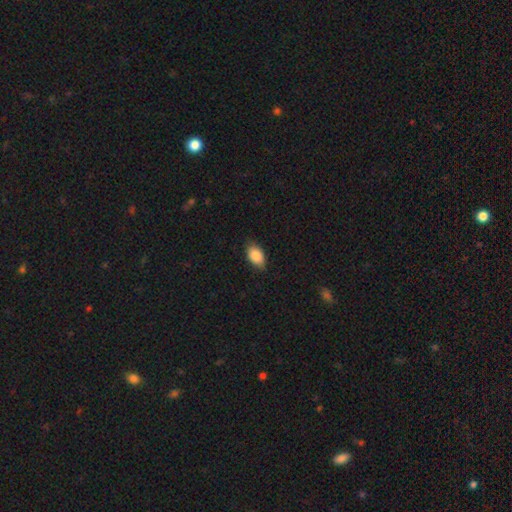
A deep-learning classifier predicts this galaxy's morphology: Smooth or featured? Predicted: smooth (p=0.88). How rounded? Predicted: in between (p=0.89). Merging? Predicted: none (p=0.80).